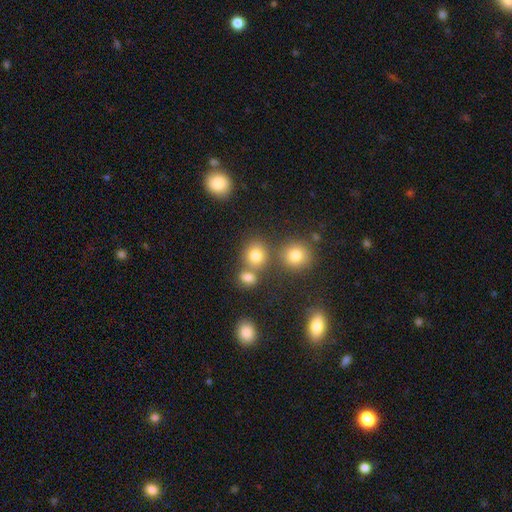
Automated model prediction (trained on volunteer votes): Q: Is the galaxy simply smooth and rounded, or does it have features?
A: smooth — 77%.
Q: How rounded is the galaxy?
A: round — 78%.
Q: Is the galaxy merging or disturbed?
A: none — 64%.